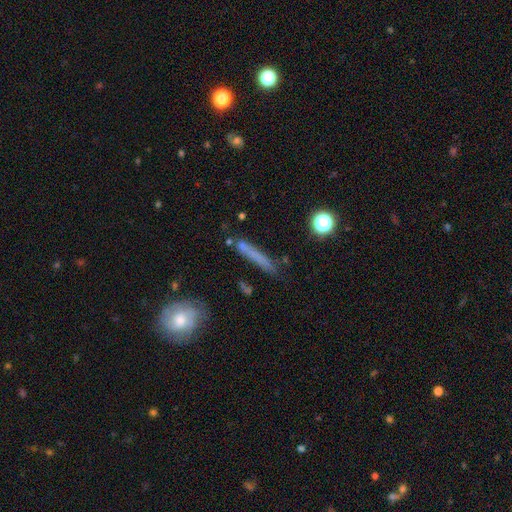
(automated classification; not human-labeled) This is likely a smooth galaxy (64%). How rounded: clearly cigar-shaped (92%). Merging: likely none (73%).